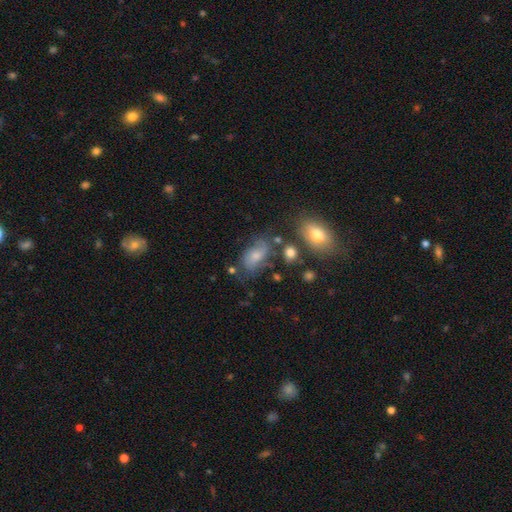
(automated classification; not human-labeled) Smooth or featured?
  - smooth: 55% *
  - featured or disk: 34%
  - star or artifact: 12%
How rounded?
  - in between: 88% *
  - round: 8%
  - cigar-shaped: 4%
Merging?
  - none: 52% *
  - minor disturbance: 27%
  - major disturbance: 14%
  - merger: 8%